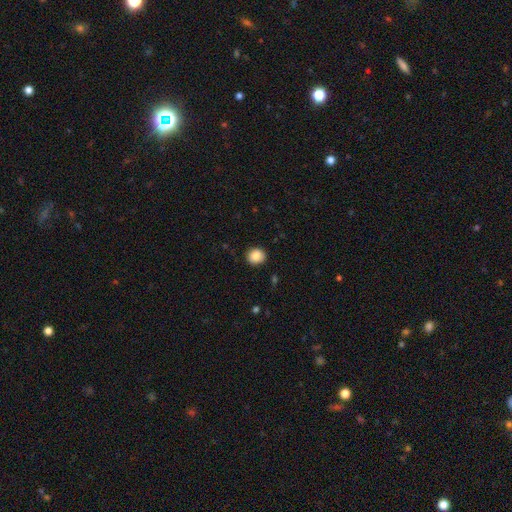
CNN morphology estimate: smooth_or_featured: smooth (p=0.84) [alt: star or artifact p=0.09]
how_rounded: round (p=0.85) [alt: in between p=0.14]
merging: none (p=0.91) [alt: minor disturbance p=0.07]